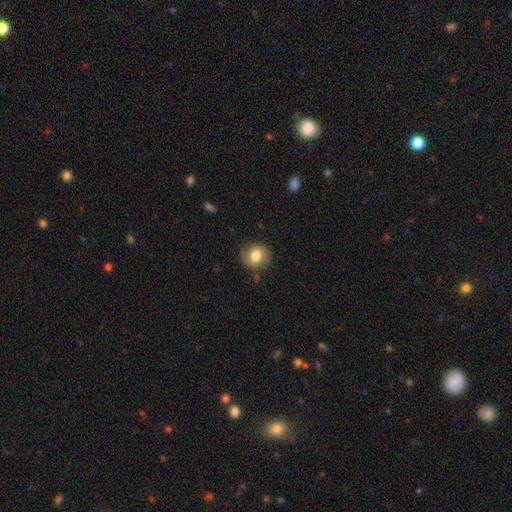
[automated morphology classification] Q: Smooth or featured?
A: smooth (77%); runner-up: featured or disk (15%)
Q: How rounded?
A: round (83%); runner-up: in between (16%)
Q: Merging?
A: none (78%); runner-up: minor disturbance (16%)